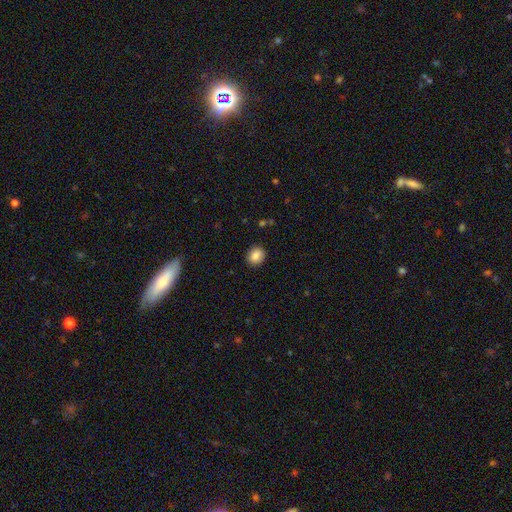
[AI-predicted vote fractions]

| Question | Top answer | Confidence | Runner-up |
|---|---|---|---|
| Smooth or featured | smooth | 86% | star or artifact (9%) |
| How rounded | round | 73% | in between (26%) |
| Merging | none | 90% | minor disturbance (7%) |